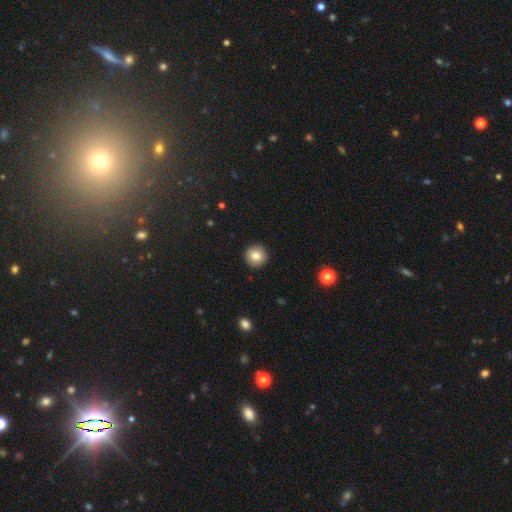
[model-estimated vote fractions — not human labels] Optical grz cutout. It shows a smooth galaxy with no disk features (83%) that is round (94%). Merging: none (92%).